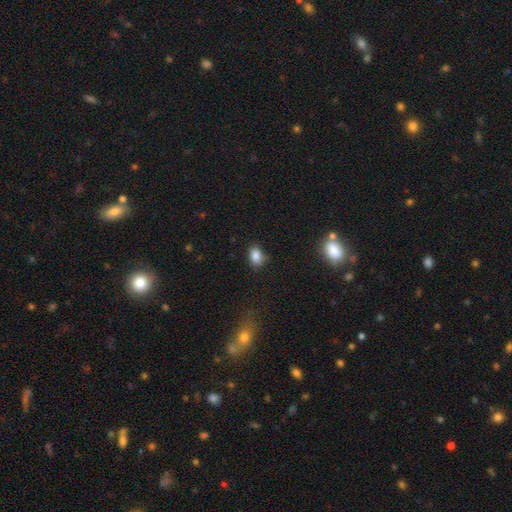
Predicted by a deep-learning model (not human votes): Smooth or featured? smooth (84%)
How rounded? in between (79%)
Merging? none (74%)